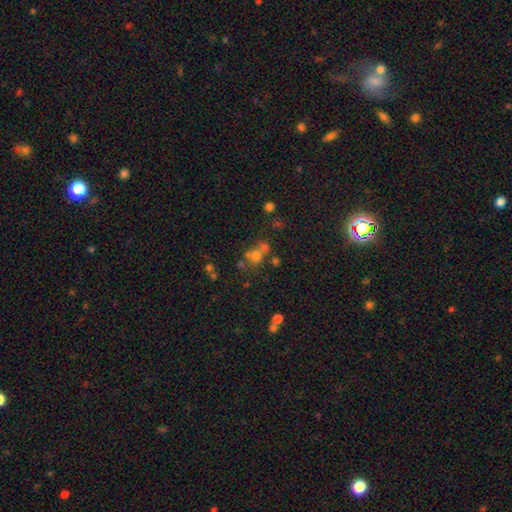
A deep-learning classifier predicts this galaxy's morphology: smooth 59%, star or artifact 23%, featured or disk 18%. Down the decision tree: how rounded — round (75%); merging — none (43%).